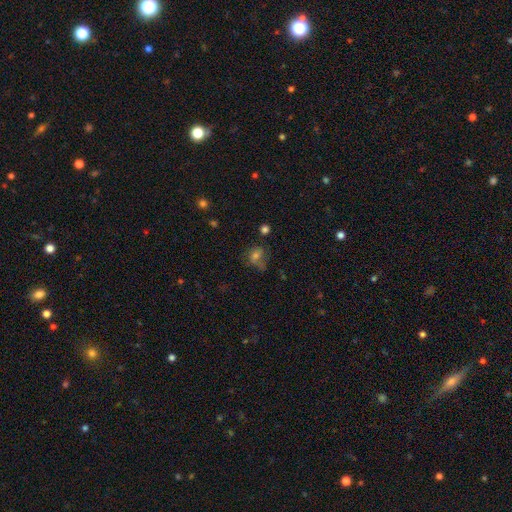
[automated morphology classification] A smooth galaxy with no disk features (52%) that is round (51%).

Vote fractions:
- Smooth or featured? smooth: 52% / star or artifact: 26% / featured or disk: 22%
- How rounded? round: 51% / in between: 47% / cigar-shaped: 2%
- Merging? none: 48% / minor disturbance: 23% / major disturbance: 22% / merger: 7%